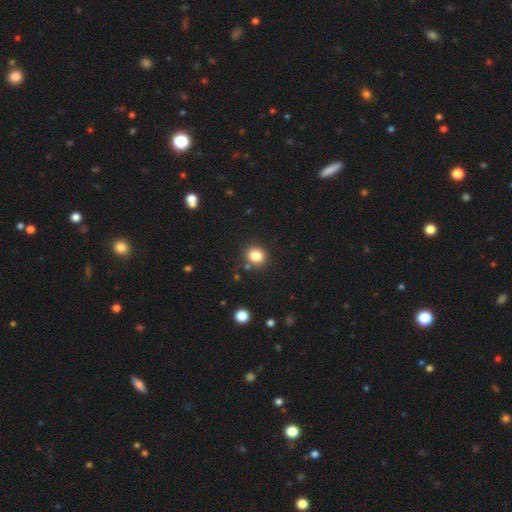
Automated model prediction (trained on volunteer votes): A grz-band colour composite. It shows a smooth galaxy with no disk features (84%) that is round (80%). Merging: none (85%).